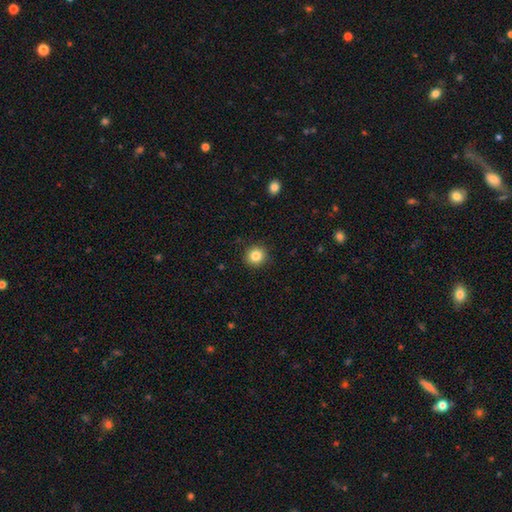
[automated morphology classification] Smooth or featured? smooth (85%)
How rounded? round (92%)
Merging? none (91%)